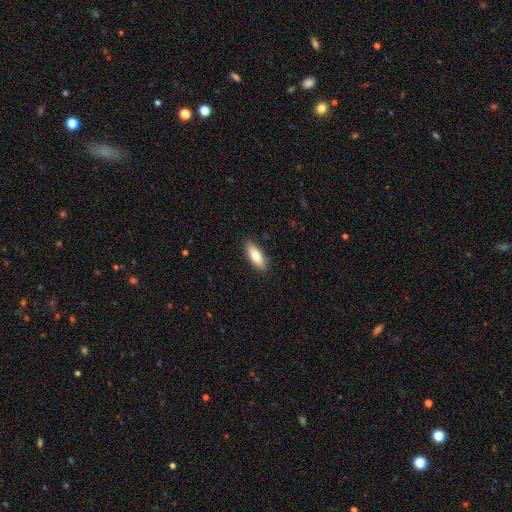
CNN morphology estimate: The model was most divided on "how rounded": in between: 71%, cigar-shaped: 27%, round: 2%. More confident: merging — none (89%); smooth or featured — smooth (77%).